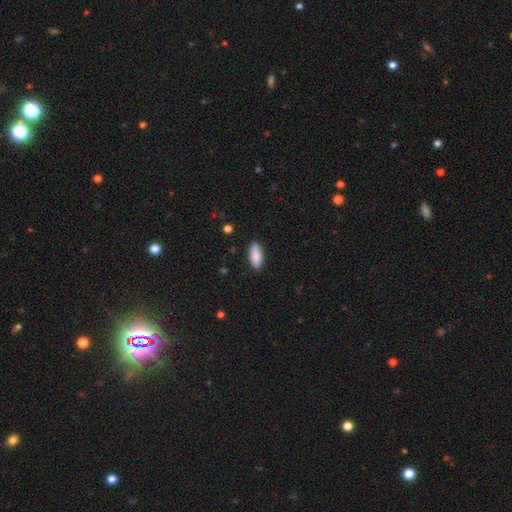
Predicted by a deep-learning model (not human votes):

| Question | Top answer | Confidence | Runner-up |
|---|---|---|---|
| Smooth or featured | smooth | 85% | featured or disk (9%) |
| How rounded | in between | 63% | cigar-shaped (35%) |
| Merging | none | 88% | minor disturbance (9%) |